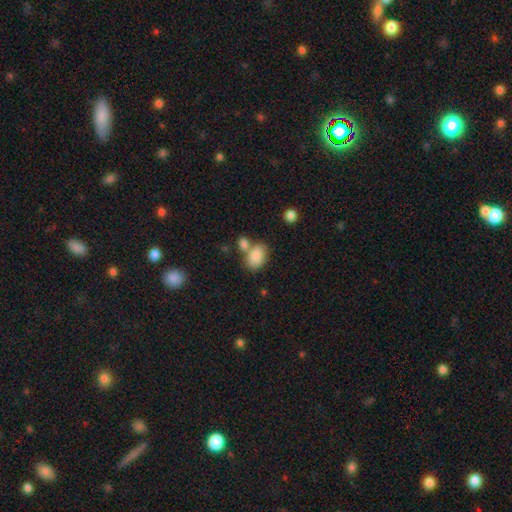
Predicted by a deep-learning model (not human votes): smooth-or-featured: smooth: 85% | star or artifact: 8% | featured or disk: 7%
  how-rounded: in between: 85% | round: 14% | cigar-shaped: 1%
  merging: none: 49% | merger: 33% | minor disturbance: 14% | major disturbance: 5%